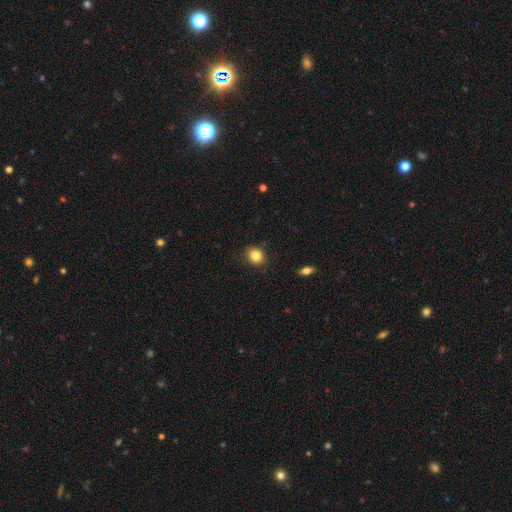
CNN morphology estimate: Smooth or featured: smooth — 83% (star or artifact — 10%)
How rounded: round — 71% (in between — 28%)
Merging: none — 85% (minor disturbance — 12%)